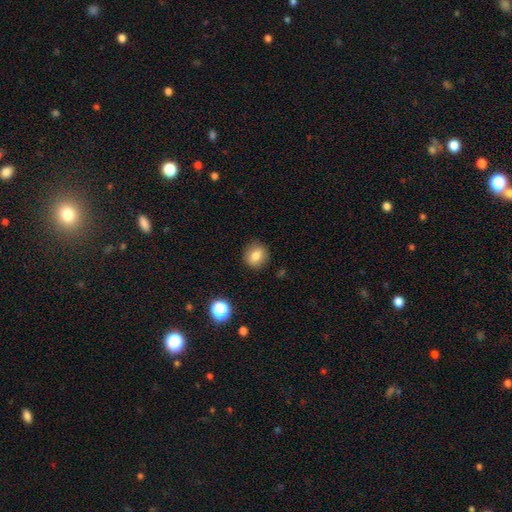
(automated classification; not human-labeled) smooth_or_featured: smooth (p=0.80) [alt: star or artifact p=0.11]
how_rounded: round (p=0.79) [alt: in between p=0.20]
merging: none (p=0.88) [alt: minor disturbance p=0.08]